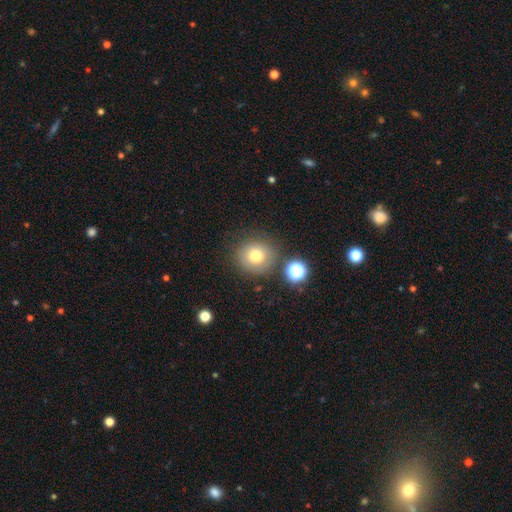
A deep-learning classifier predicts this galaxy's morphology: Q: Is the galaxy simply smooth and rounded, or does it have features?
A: smooth — 75%.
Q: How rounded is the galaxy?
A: round — 90%.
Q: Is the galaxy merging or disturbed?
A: none — 78%.